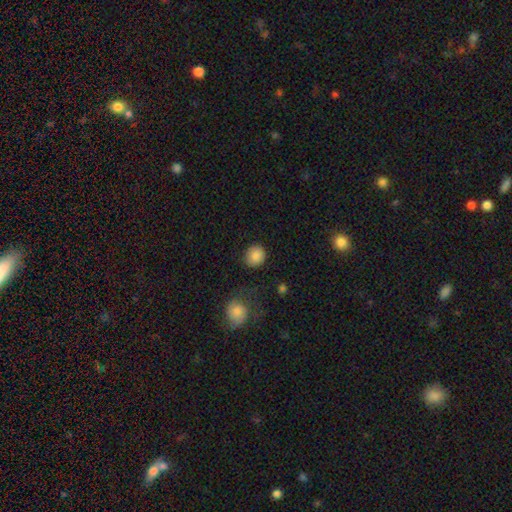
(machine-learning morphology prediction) Smooth or featured? Predicted: smooth (p=0.87). How rounded? Predicted: round (p=0.83). Merging? Predicted: none (p=0.85).